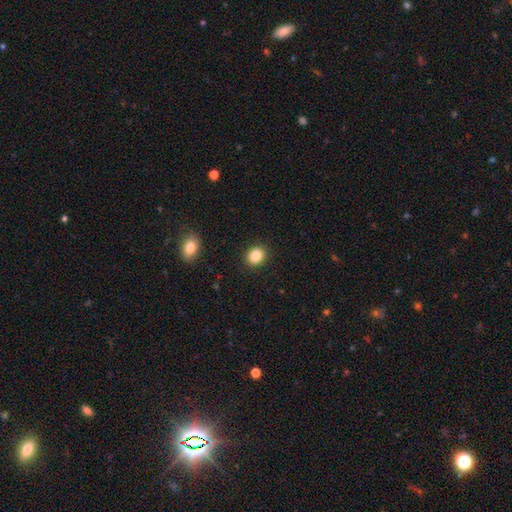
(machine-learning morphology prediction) This is clearly a smooth galaxy (86%). How rounded: possibly round (55%). Merging: clearly none (90%).